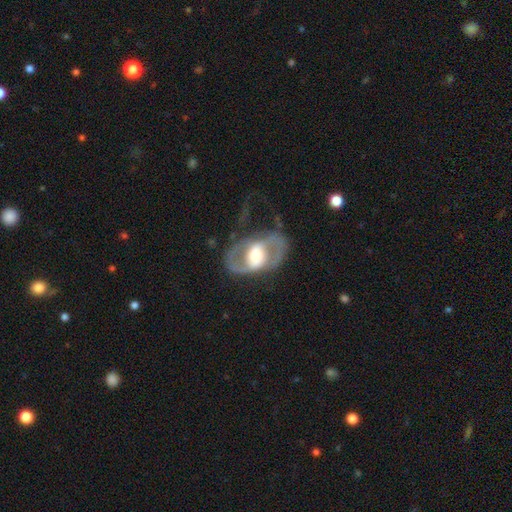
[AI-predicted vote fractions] Smooth or featured: featured or disk — 76% (smooth — 19%)
Edge-on disk: no — 94% (yes — 6%)
Bar: no — 36% (weak — 33%)
Spiral arms: yes — 64% (no — 36%)
Bulge size: moderate — 54% (large — 30%)
Merging: none — 60% (major disturbance — 21%)